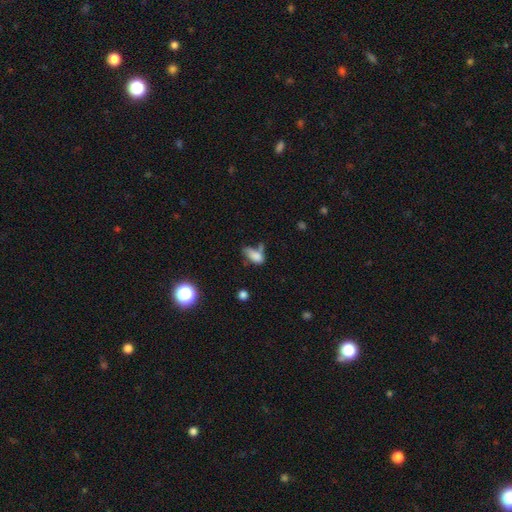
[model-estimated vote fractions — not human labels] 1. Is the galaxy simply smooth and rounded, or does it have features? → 74% smooth, 14% featured or disk, 12% star or artifact.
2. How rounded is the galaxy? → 85% in between, 8% cigar-shaped, 7% round.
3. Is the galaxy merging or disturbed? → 29% none, 27% merger, 24% minor disturbance, 20% major disturbance.